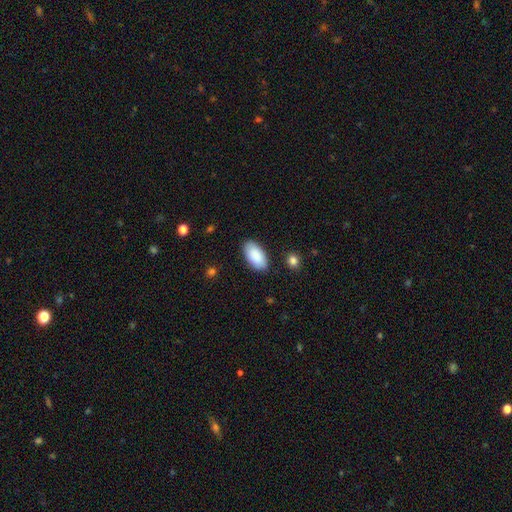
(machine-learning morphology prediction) Smooth or featured? smooth (90%)
How rounded? in between (96%)
Merging? none (87%)